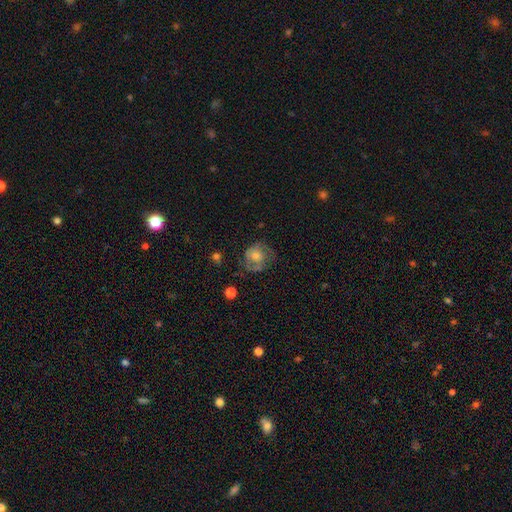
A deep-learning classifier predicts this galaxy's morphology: smooth_or_featured: featured or disk (p=0.56) [alt: smooth p=0.32]
disk_edge_on: no (p=0.97) [alt: yes p=0.03]
bar: no (p=0.78) [alt: weak p=0.19]
has_spiral_arms: yes (p=0.72) [alt: no p=0.28]
bulge_size: moderate (p=0.57) [alt: small p=0.28]
merging: none (p=0.62) [alt: minor disturbance p=0.21]